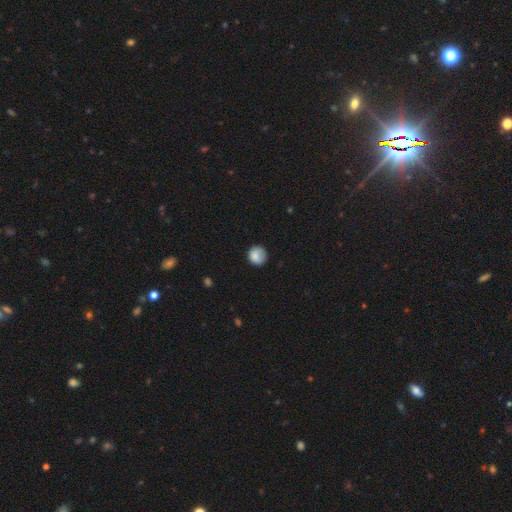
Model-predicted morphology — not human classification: smooth-or-featured: smooth: 84% | featured or disk: 8% | star or artifact: 8%
  how-rounded: round: 90% | in between: 9% | cigar-shaped: 1%
  merging: none: 78% | minor disturbance: 16% | major disturbance: 4% | merger: 1%